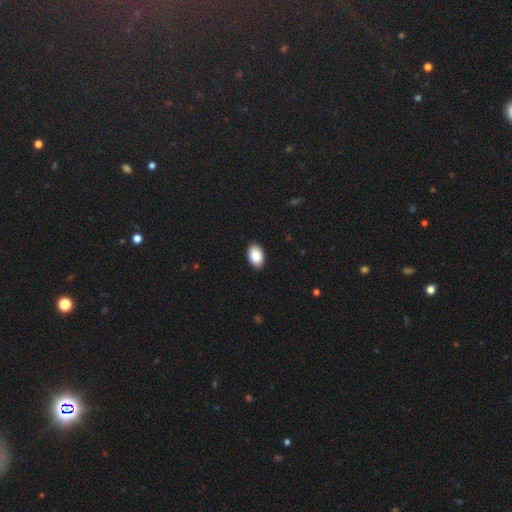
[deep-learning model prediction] Smooth or featured: smooth — 90% (star or artifact — 7%)
How rounded: in between — 91% (round — 8%)
Merging: none — 90% (minor disturbance — 7%)